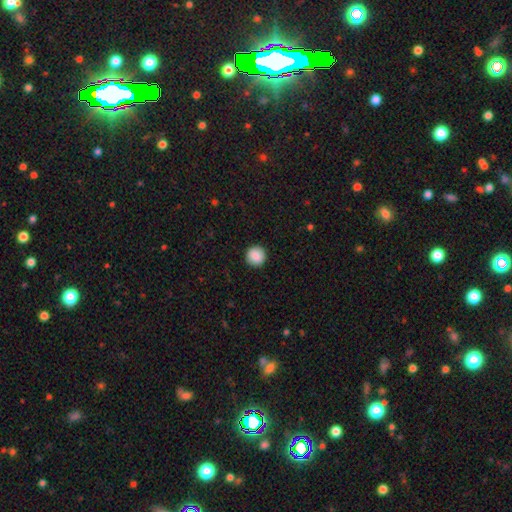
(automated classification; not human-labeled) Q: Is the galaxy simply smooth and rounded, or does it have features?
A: smooth — 88%.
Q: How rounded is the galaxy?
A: round — 94%.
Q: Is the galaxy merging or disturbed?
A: none — 92%.